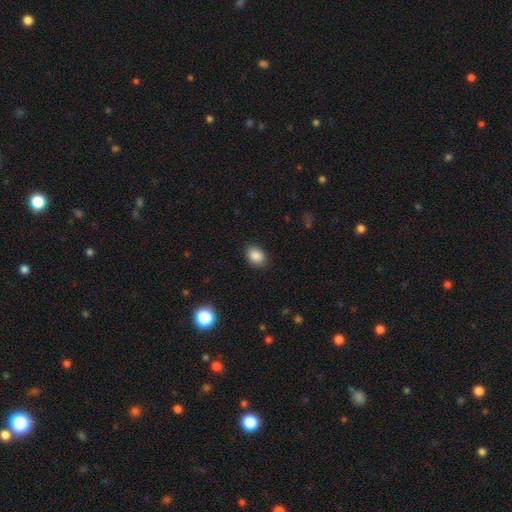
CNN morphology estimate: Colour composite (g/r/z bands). It shows a smooth galaxy with no disk features (88%) that is in between round and cigar-shaped (67%). Merging: none (87%).